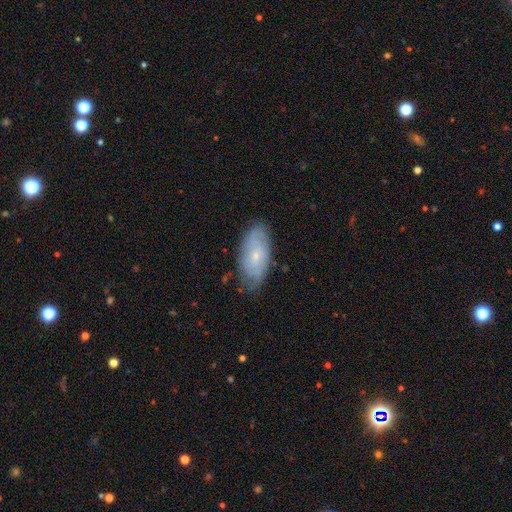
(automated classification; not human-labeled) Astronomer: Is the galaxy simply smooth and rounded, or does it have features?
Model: featured or disk — 49% (runner-up: smooth, 44%).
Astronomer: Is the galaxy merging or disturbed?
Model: none — 74%.